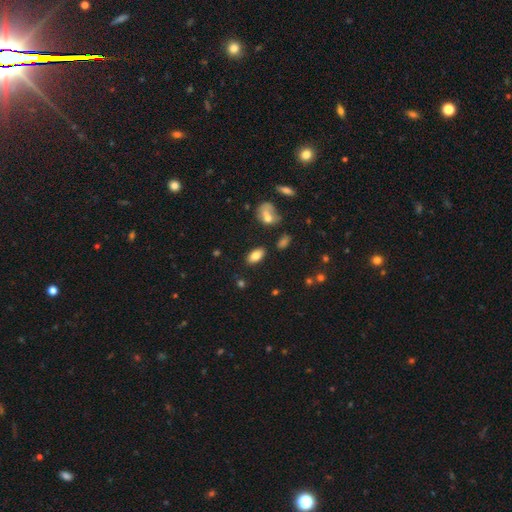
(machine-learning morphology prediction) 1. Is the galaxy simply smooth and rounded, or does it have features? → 80% smooth, 11% featured or disk, 9% star or artifact.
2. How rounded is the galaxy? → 92% in between, 4% round, 4% cigar-shaped.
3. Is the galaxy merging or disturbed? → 84% none, 10% minor disturbance, 4% merger, 3% major disturbance.